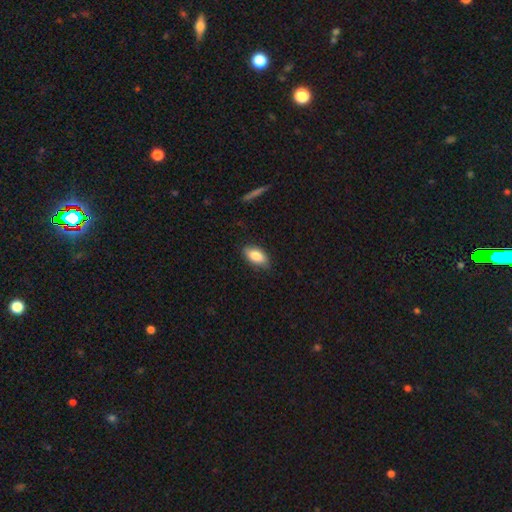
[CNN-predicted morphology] Smooth or featured? Predicted: smooth (p=0.83). How rounded? Predicted: in between (p=0.90). Merging? Predicted: none (p=0.81).